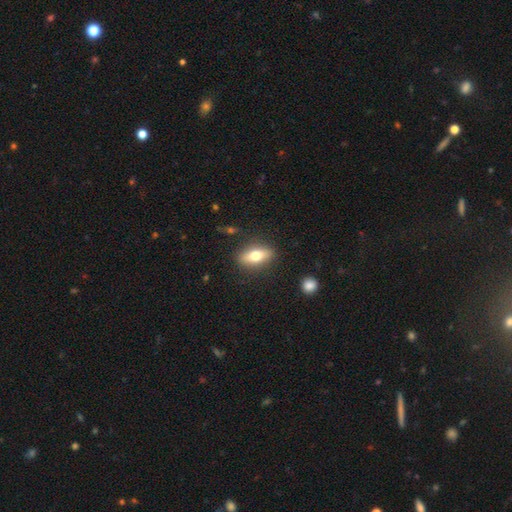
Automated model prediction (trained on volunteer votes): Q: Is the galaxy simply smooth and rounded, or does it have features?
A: smooth — 64%.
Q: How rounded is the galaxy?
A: in between — 73%.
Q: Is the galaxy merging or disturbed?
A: none — 86%.